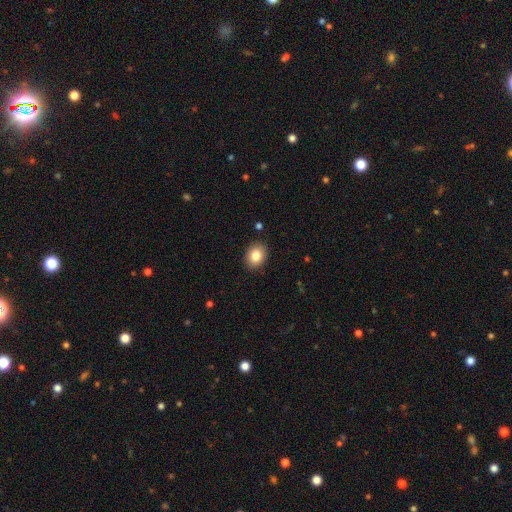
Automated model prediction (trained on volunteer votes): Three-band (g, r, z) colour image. It shows a smooth galaxy with no disk features (84%) that is in between round and cigar-shaped (58%). Merging: none (88%).